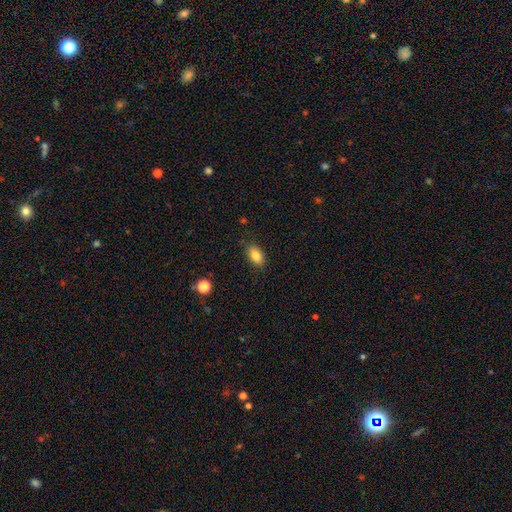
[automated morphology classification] Smooth or featured? Predicted: smooth (p=0.84). How rounded? Predicted: in between (p=0.89). Merging? Predicted: none (p=0.86).